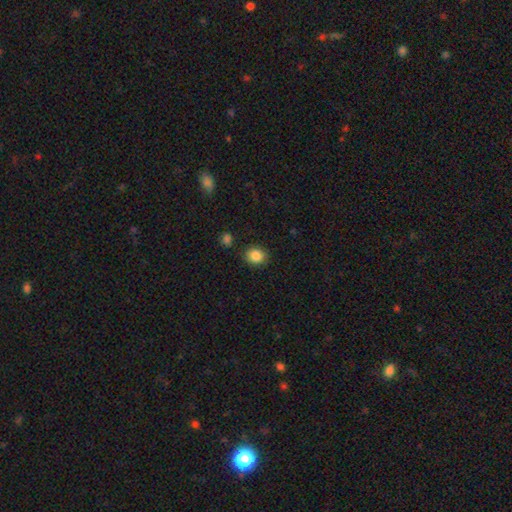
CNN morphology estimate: This appears to be a smooth galaxy with no disk features (86%) that is round (68%). Merging: none (87%).